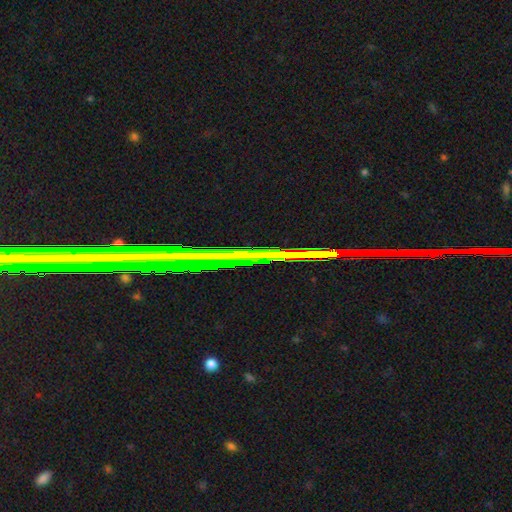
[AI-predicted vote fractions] Smooth or featured: star or artifact — 58% (featured or disk — 26%)